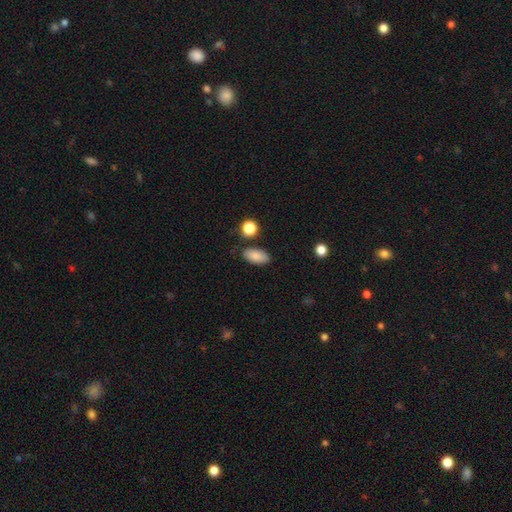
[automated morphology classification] The model was most divided on "merging": none: 81%, minor disturbance: 12%, merger: 4%, major disturbance: 3%. More confident: how rounded — in between (91%); smooth or featured — smooth (86%).